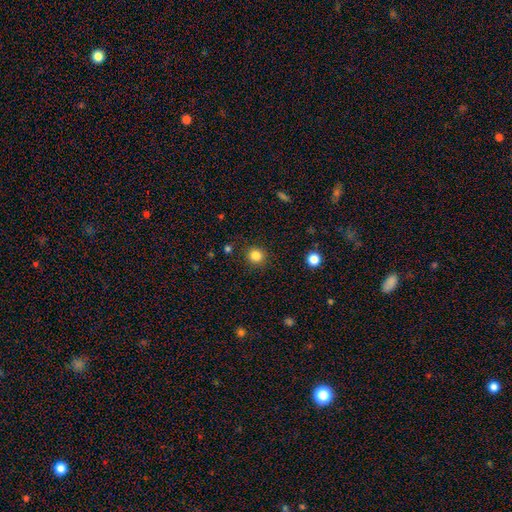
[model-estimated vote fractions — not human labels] Smooth or featured? smooth (83%)
How rounded? round (91%)
Merging? none (90%)